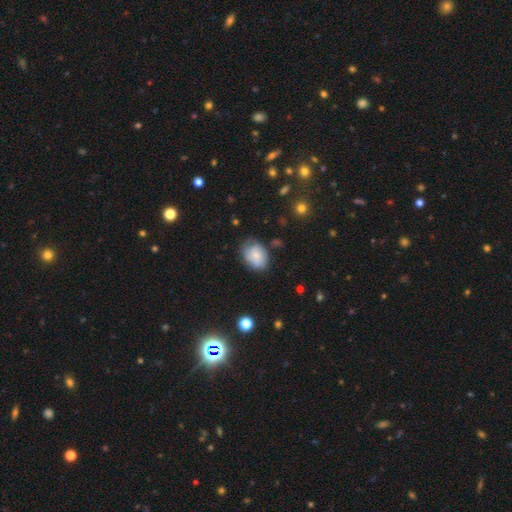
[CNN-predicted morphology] The model was most divided on "merging": none: 59%, minor disturbance: 29%, major disturbance: 9%, merger: 3%. More confident: how rounded — in between (68%); smooth or featured — smooth (66%).